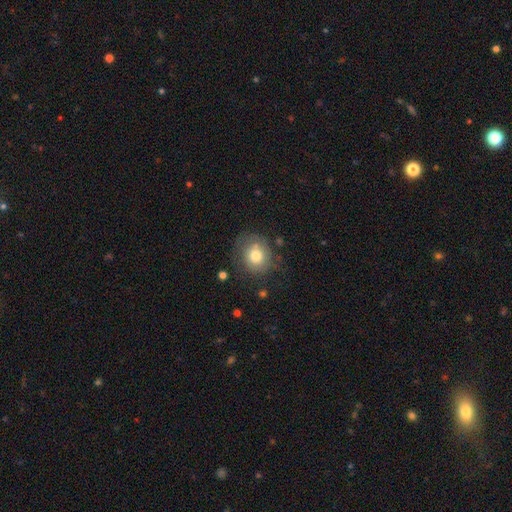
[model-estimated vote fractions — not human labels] This is likely a smooth galaxy (74%). How rounded: likely round (76%). Merging: likely none (69%).